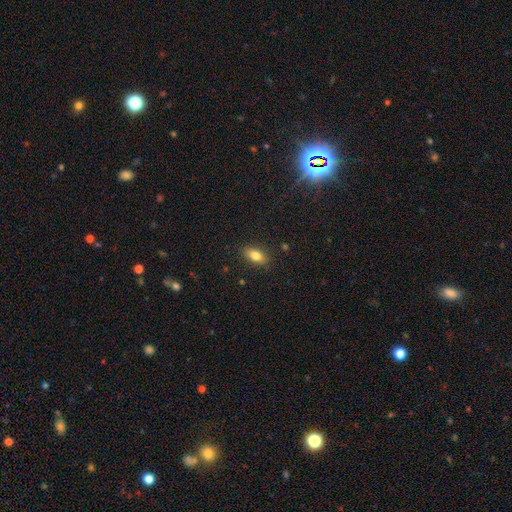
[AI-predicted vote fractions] Smooth or featured?
  - smooth: 80% *
  - featured or disk: 11%
  - star or artifact: 9%
How rounded?
  - in between: 87% *
  - round: 7%
  - cigar-shaped: 6%
Merging?
  - none: 87% *
  - minor disturbance: 10%
  - major disturbance: 2%
  - merger: 1%